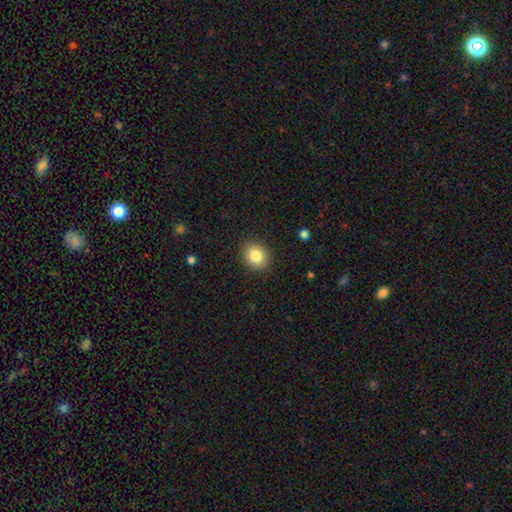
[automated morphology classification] smooth_or_featured: smooth (p=0.84) [alt: star or artifact p=0.09]
how_rounded: round (p=0.64) [alt: in between p=0.35]
merging: none (p=0.89) [alt: minor disturbance p=0.08]